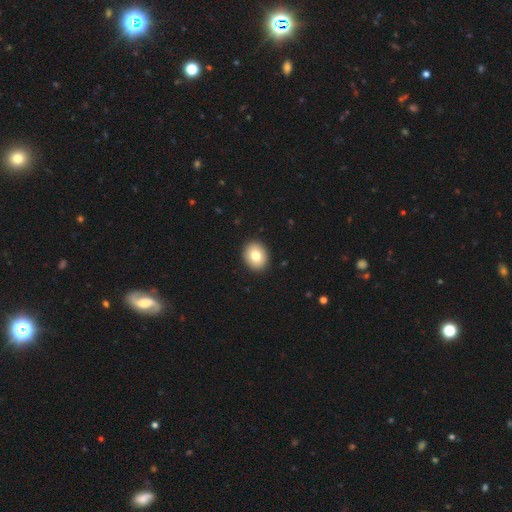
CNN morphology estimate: Smooth or featured? smooth (79%)
How rounded? round (58%)
Merging? none (92%)